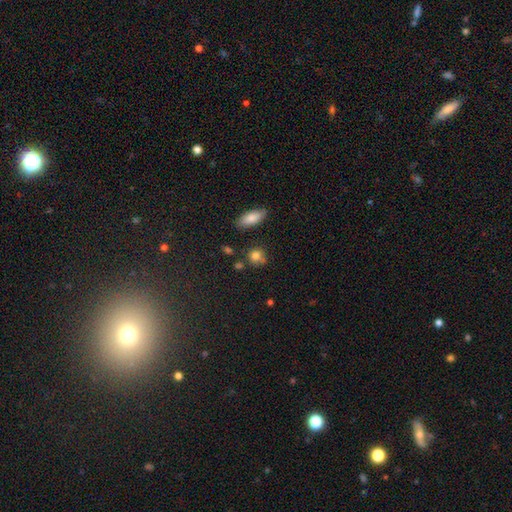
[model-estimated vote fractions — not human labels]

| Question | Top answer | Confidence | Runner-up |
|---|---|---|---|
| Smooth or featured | smooth | 81% | star or artifact (11%) |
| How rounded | round | 79% | in between (19%) |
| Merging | none | 68% | minor disturbance (16%) |